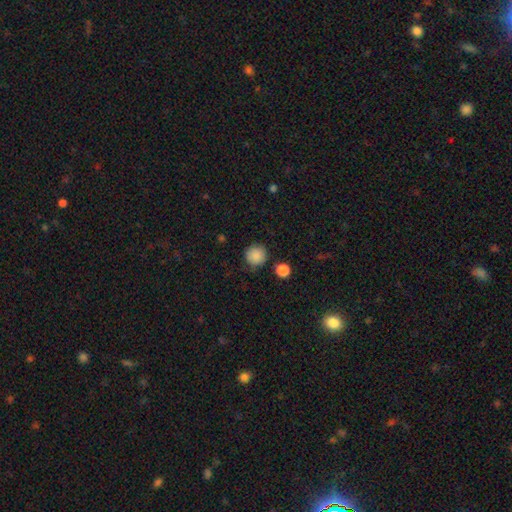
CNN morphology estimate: The model was most divided on "merging": none: 82%, minor disturbance: 11%, merger: 3%, major disturbance: 3%. More confident: how rounded — round (94%); smooth or featured — smooth (87%).